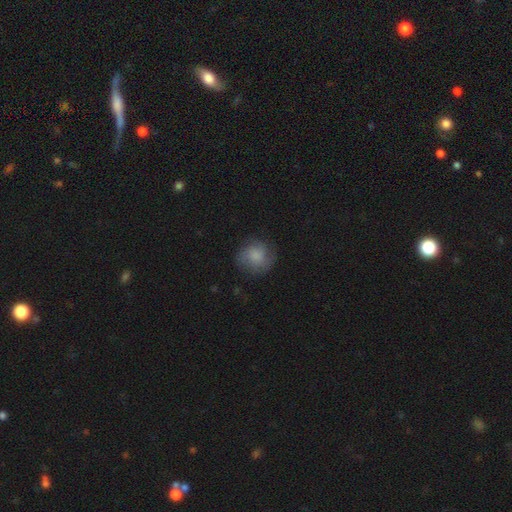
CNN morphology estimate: Smooth or featured? Predicted: smooth (p=0.69). How rounded? Predicted: round (p=0.84). Merging? Predicted: none (p=0.72).